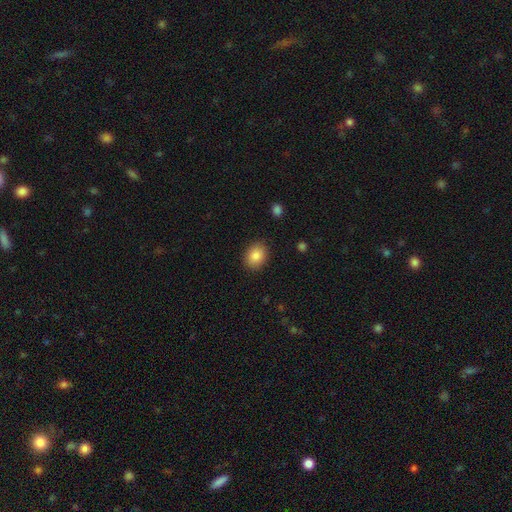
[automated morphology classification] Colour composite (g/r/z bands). It shows a smooth galaxy with no disk features (86%) that is in between round and cigar-shaped (59%). Merging: none (87%).